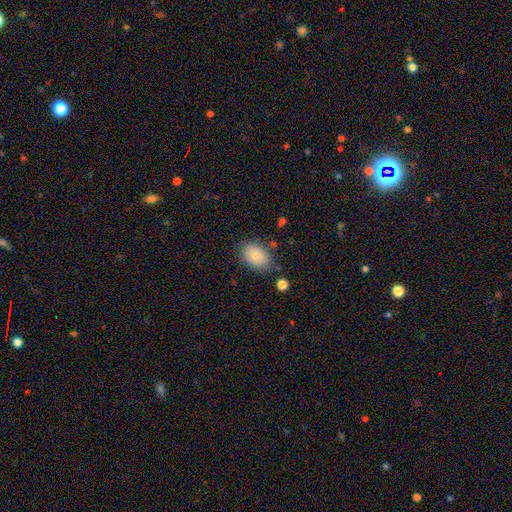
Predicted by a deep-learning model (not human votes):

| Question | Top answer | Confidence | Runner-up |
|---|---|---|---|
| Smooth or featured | smooth | 84% | featured or disk (8%) |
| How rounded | in between | 83% | round (16%) |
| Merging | none | 75% | minor disturbance (17%) |